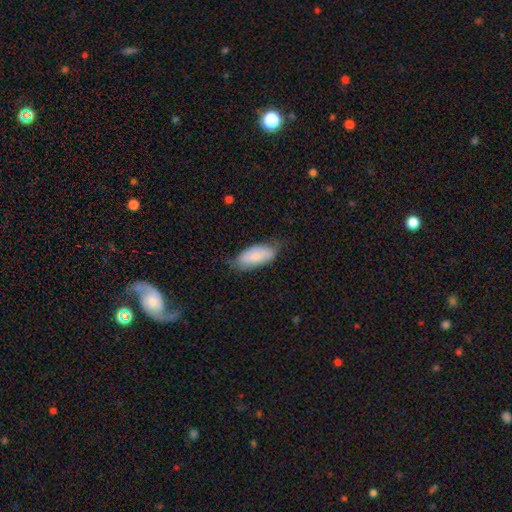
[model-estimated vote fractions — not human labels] This appears to be a smooth galaxy with no disk features (80%) that is in between round and cigar-shaped (87%). Merging: none (64%).